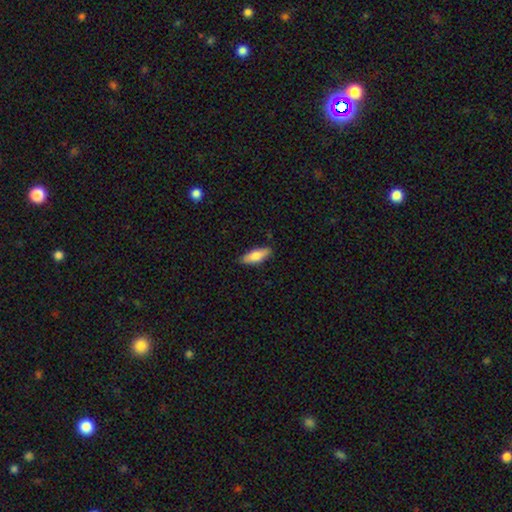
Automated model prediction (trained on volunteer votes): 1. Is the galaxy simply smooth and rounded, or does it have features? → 73% smooth, 21% featured or disk, 6% star or artifact.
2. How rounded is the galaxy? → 66% in between, 32% cigar-shaped, 2% round.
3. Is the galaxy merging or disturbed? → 86% none, 11% minor disturbance, 2% major disturbance, 1% merger.